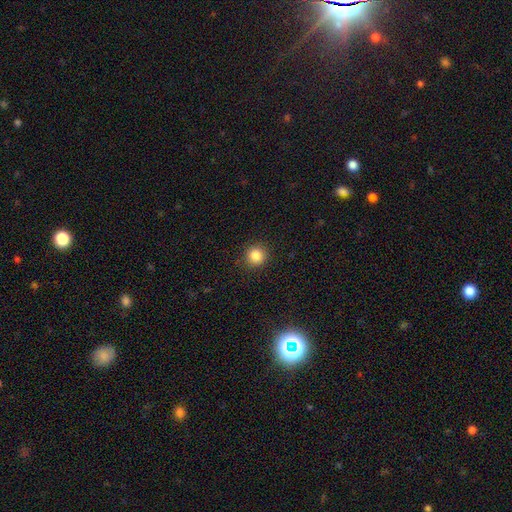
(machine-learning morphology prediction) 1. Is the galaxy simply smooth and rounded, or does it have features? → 84% smooth, 12% star or artifact, 5% featured or disk.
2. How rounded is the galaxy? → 92% round, 7% in between, 1% cigar-shaped.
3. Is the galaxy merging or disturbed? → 91% none, 6% minor disturbance, 2% major disturbance, 1% merger.